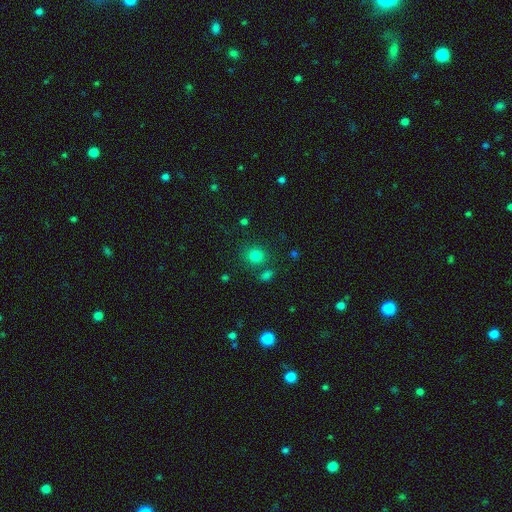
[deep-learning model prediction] Morphology: type=smooth (79%); roundness=round (81%); merging=none (76%).